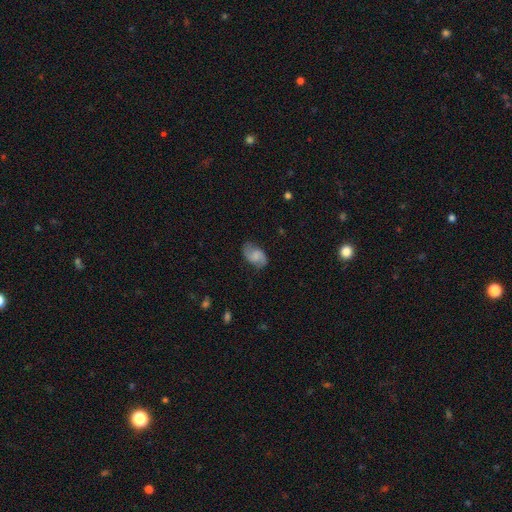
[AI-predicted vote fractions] smooth-or-featured: featured or disk: 59% | smooth: 32% | star or artifact: 8%
  disk-edge-on: no: 97% | yes: 3%
    bar: no: 47% | weak: 43% | strong: 10%
    has-spiral-arms: yes: 92% | no: 8%
      spiral-winding: loose: 44% | medium: 42% | tight: 14%
      spiral-arm-count: 2: 90% | can't tell: 5% | 1: 2% | 3: 1% | 4: 1% | more than 4: 1%
    bulge-size: none: 46% | small: 26% | moderate: 20% | large: 7% | dominant: 2%
  merging: none: 77% | minor disturbance: 17% | major disturbance: 5% | merger: 1%